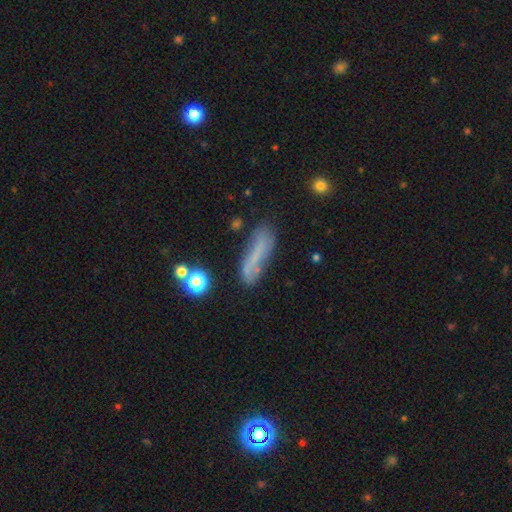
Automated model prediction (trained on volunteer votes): This appears to be a smooth galaxy with no disk features (51%) that is cigar-shaped (68%). Merging: none (60%).